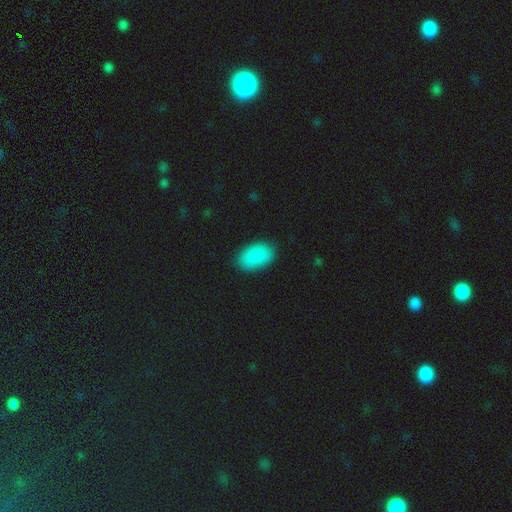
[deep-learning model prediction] This is clearly a smooth galaxy (89%). How rounded: clearly in between (92%). Merging: clearly none (86%).